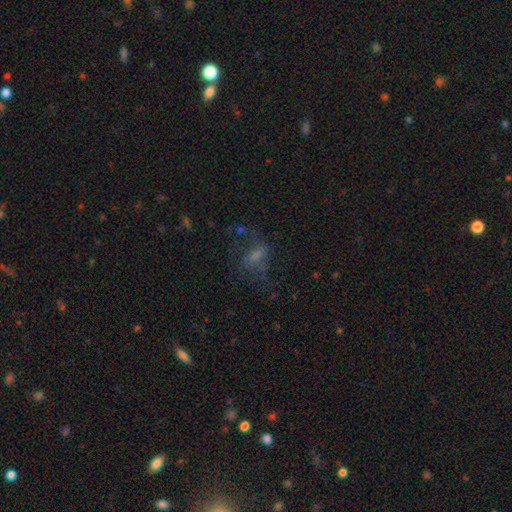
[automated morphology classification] Smooth or featured? Predicted: smooth (p=0.41). Merging? Predicted: none (p=0.46).